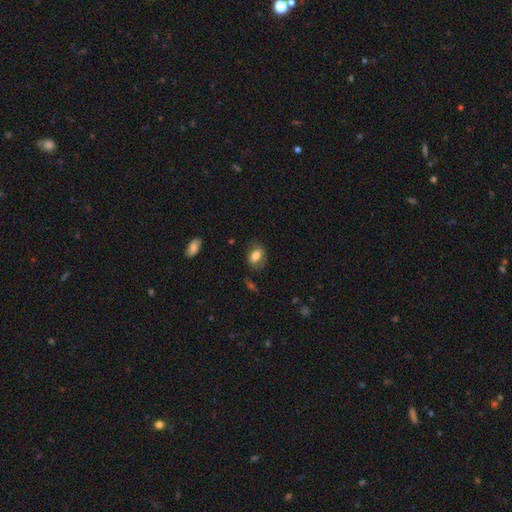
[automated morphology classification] Q: Smooth or featured?
A: smooth (72%); runner-up: featured or disk (20%)
Q: How rounded?
A: in between (79%); runner-up: round (19%)
Q: Merging?
A: none (68%); runner-up: minor disturbance (21%)